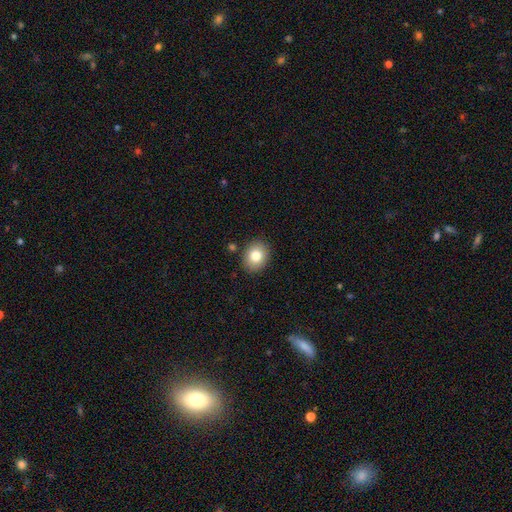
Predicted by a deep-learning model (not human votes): This appears to be a smooth galaxy with no disk features (81%) that is round (54%). Merging: none (87%).